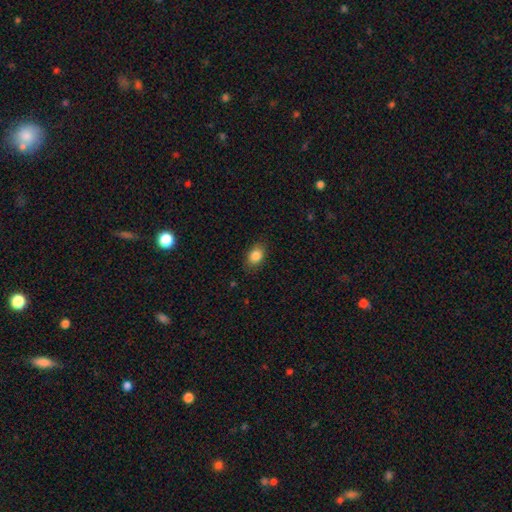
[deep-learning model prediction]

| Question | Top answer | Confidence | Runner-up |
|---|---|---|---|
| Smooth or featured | smooth | 85% | star or artifact (9%) |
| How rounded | in between | 78% | round (20%) |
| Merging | none | 84% | minor disturbance (12%) |